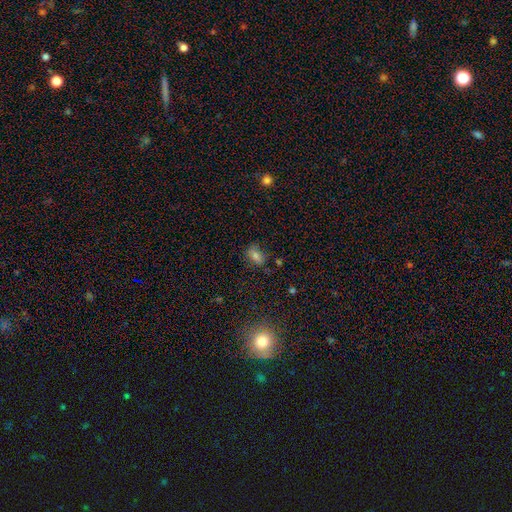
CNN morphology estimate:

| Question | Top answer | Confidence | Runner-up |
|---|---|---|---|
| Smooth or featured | smooth | 68% | star or artifact (19%) |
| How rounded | in between | 76% | round (21%) |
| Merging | none | 70% | minor disturbance (20%) |